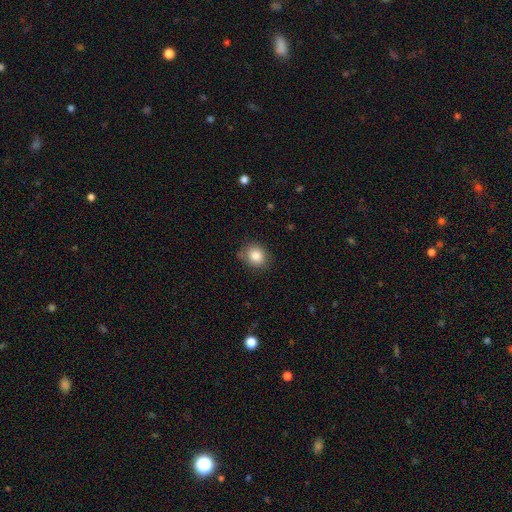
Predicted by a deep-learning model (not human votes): Smooth or featured? Predicted: smooth (p=0.84). How rounded? Predicted: round (p=0.64). Merging? Predicted: none (p=0.77).